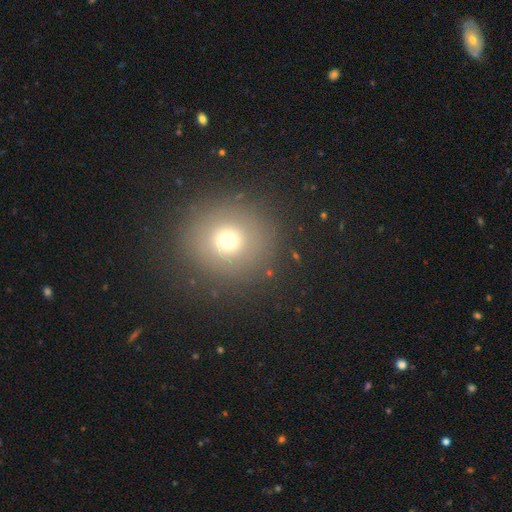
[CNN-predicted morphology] smooth 66%, star or artifact 23%, featured or disk 11%. Down the decision tree: how rounded — round (91%); merging — none (90%).